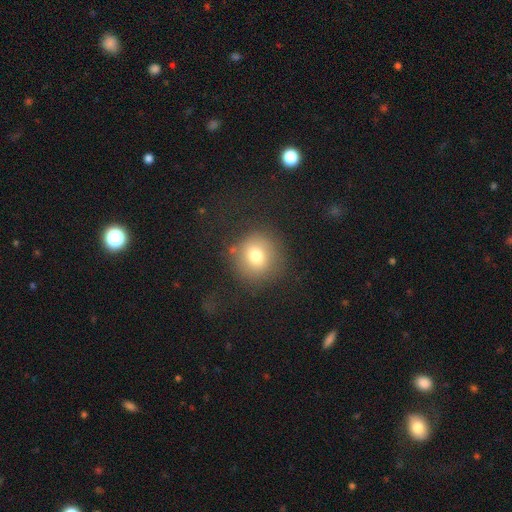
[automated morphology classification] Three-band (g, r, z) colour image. It shows a smooth galaxy with no disk features (75%) that is round (89%). Merging: none (76%).